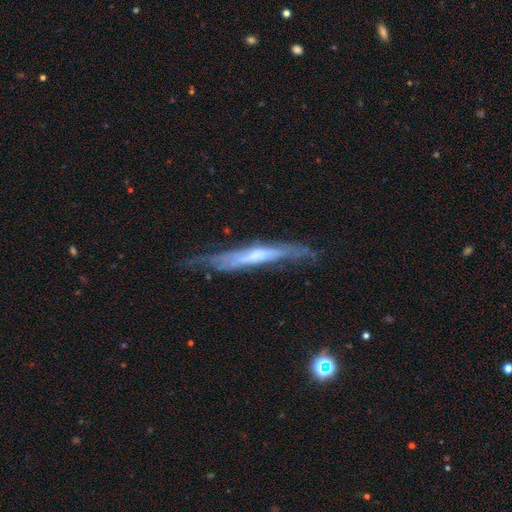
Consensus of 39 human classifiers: A featured or disk galaxy (74%) viewed edge-on (72%) with a rounded central bulge (43%). Merging: none (56%).